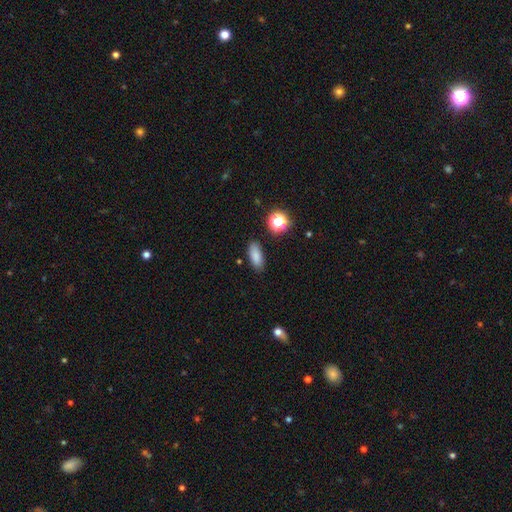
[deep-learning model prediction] smooth_or_featured: smooth (p=0.84) [alt: star or artifact p=0.11]
how_rounded: in between (p=0.80) [alt: cigar-shaped p=0.15]
merging: none (p=0.85) [alt: minor disturbance p=0.10]